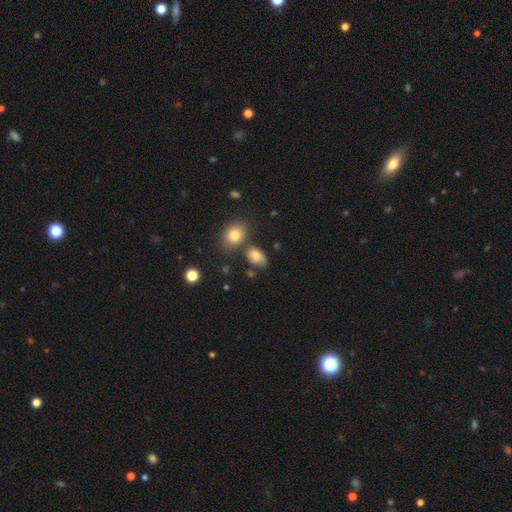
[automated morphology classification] This appears to be a smooth galaxy with no disk features (73%) that is in between round and cigar-shaped (75%). Merging: none (51%).